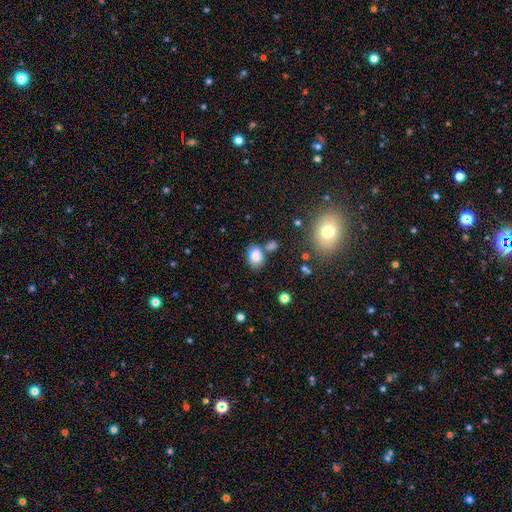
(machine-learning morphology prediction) Smooth or featured? Predicted: smooth (p=0.82). How rounded? Predicted: in between (p=0.62). Merging? Predicted: none (p=0.56).